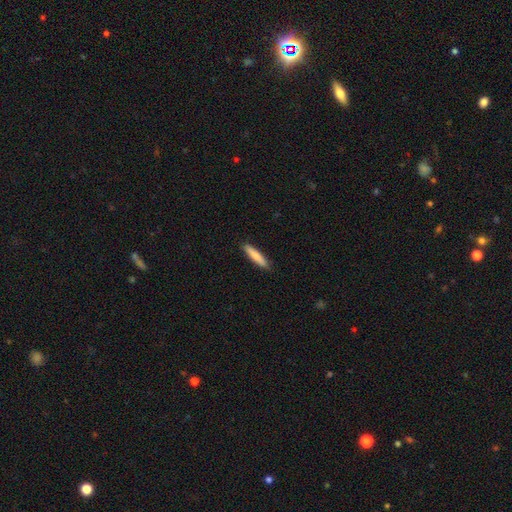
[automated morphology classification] Overall: smooth (81%). How rounded: cigar-shaped (87%). Merging: none (90%).